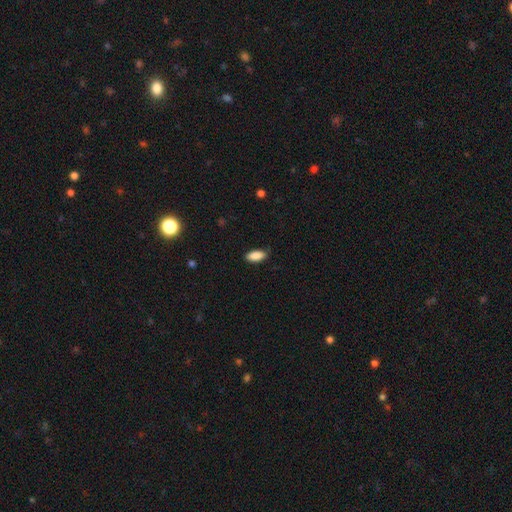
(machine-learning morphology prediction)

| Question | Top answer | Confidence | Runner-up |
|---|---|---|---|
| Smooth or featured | smooth | 89% | star or artifact (7%) |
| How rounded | in between | 88% | cigar-shaped (10%) |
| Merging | none | 84% | minor disturbance (13%) |